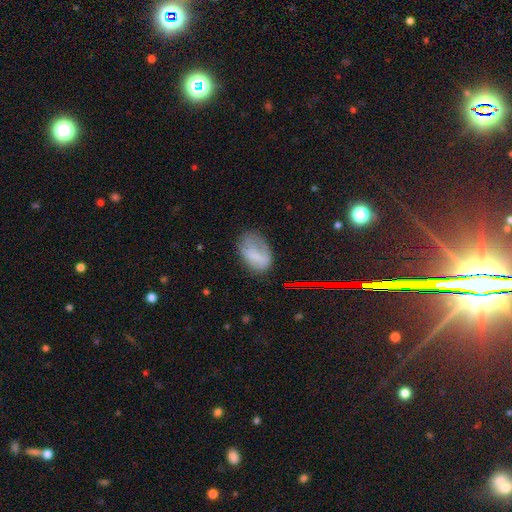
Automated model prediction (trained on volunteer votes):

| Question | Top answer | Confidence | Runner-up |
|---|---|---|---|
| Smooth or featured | smooth | 64% | featured or disk (25%) |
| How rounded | in between | 87% | round (11%) |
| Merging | none | 52% | minor disturbance (30%) |